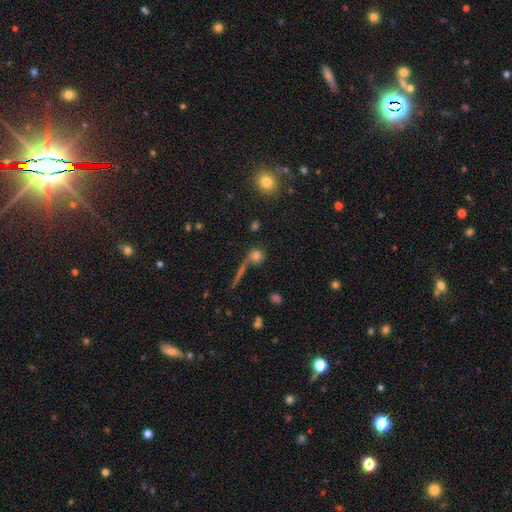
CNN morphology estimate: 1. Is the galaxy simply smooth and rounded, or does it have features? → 68% smooth, 16% star or artifact, 16% featured or disk.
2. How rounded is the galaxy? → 79% round, 16% in between, 6% cigar-shaped.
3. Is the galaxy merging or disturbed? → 52% none, 23% merger, 13% minor disturbance, 11% major disturbance.